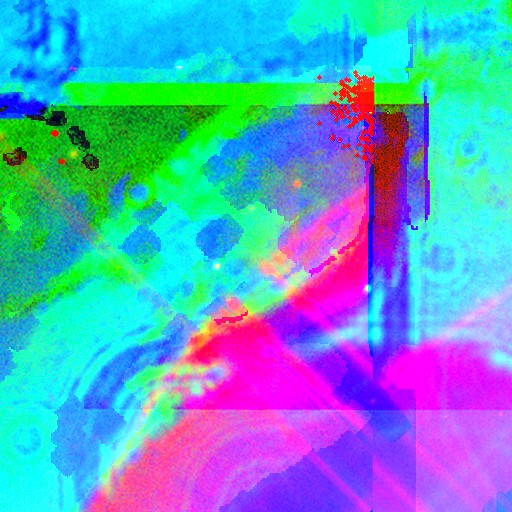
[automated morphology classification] Smooth or featured: star or artifact — 84% (featured or disk — 9%)